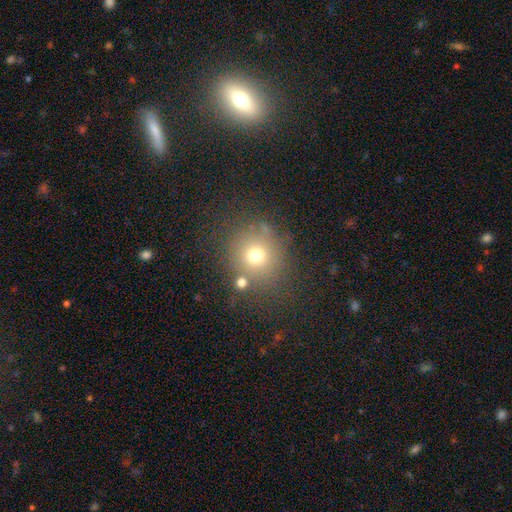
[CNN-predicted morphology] smooth_or_featured: smooth (p=0.70) [alt: star or artifact p=0.18]
how_rounded: round (p=0.89) [alt: in between p=0.10]
merging: none (p=0.75) [alt: minor disturbance p=0.11]